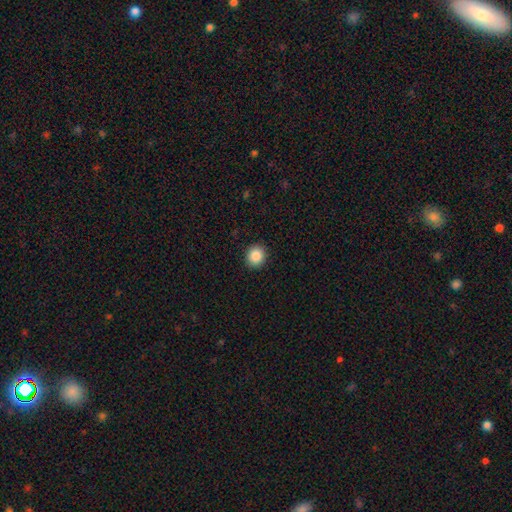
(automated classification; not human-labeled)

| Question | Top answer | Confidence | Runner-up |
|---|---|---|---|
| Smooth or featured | smooth | 87% | star or artifact (9%) |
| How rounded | round | 81% | in between (18%) |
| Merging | none | 92% | minor disturbance (6%) |